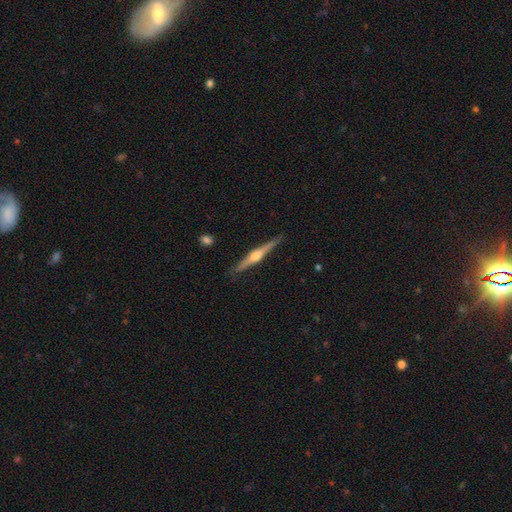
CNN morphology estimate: Smooth or featured?
  - featured or disk: 77% *
  - smooth: 18%
  - star or artifact: 5%
Edge-on disk?
  - yes: 98% *
  - no: 2%
Edge-on bulge?
  - rounded: 91% *
  - boxy: 5%
  - none: 3%
Merging?
  - none: 89% *
  - minor disturbance: 8%
  - major disturbance: 2%
  - merger: 1%